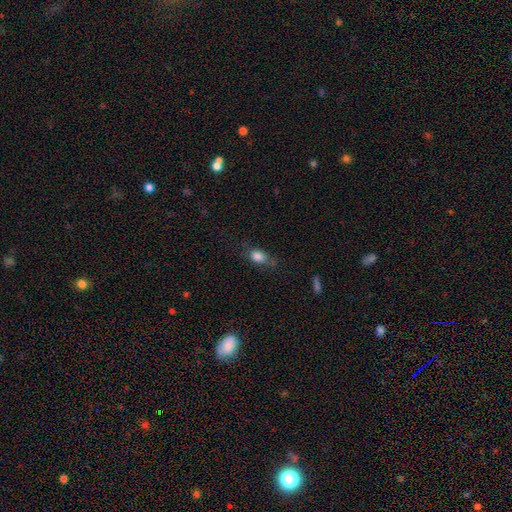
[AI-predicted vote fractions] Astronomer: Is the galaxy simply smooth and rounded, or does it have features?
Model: smooth — 83%.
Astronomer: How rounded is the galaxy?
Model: in between — 77%.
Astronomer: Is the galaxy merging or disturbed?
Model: none — 54% (runner-up: minor disturbance, 30%).